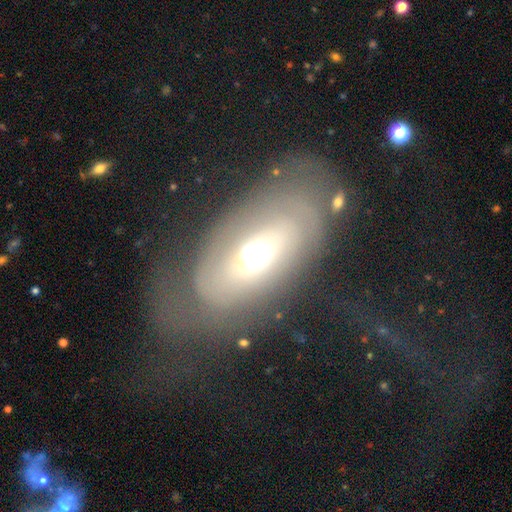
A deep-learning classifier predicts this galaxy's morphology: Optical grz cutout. It shows a featured or disk galaxy (55%). Merging: none (46%).